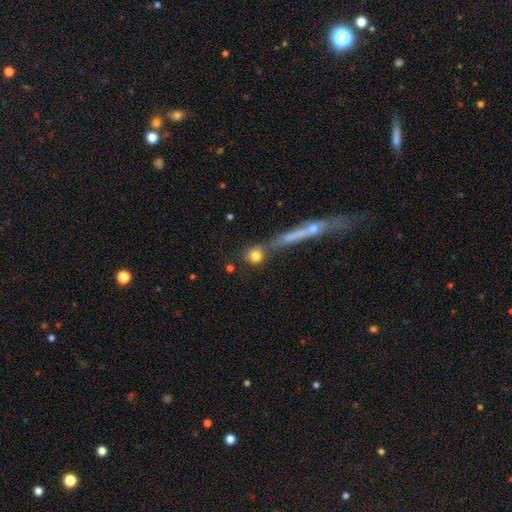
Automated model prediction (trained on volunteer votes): Smooth or featured: smooth — 78% (featured or disk — 12%)
How rounded: round — 81% (in between — 12%)
Merging: none — 63% (merger — 21%)